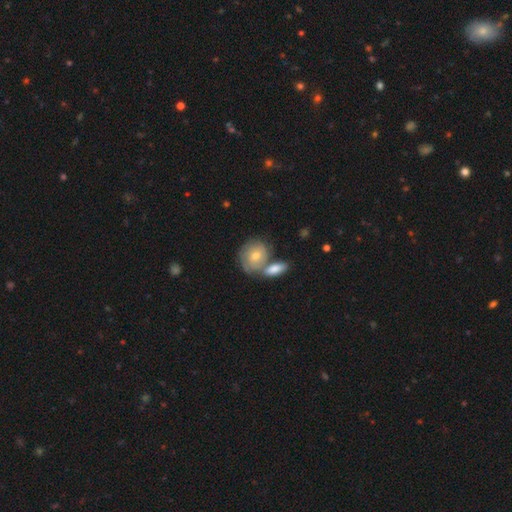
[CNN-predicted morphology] smooth 53%, featured or disk 40%, star or artifact 6%. Down the decision tree: how rounded — round (63%); merging — none (46%).